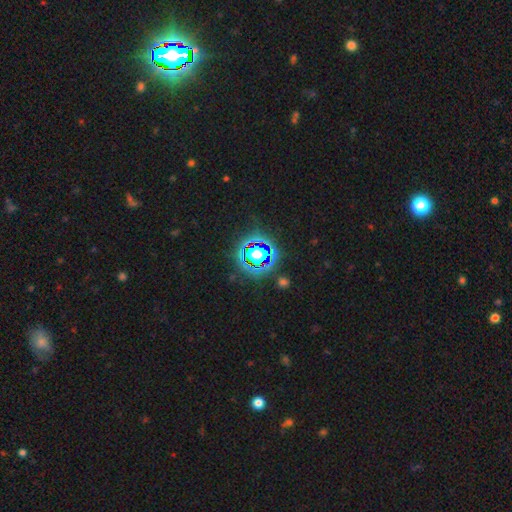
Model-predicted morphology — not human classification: This is likely a star or artifact rather than a galaxy (66%).